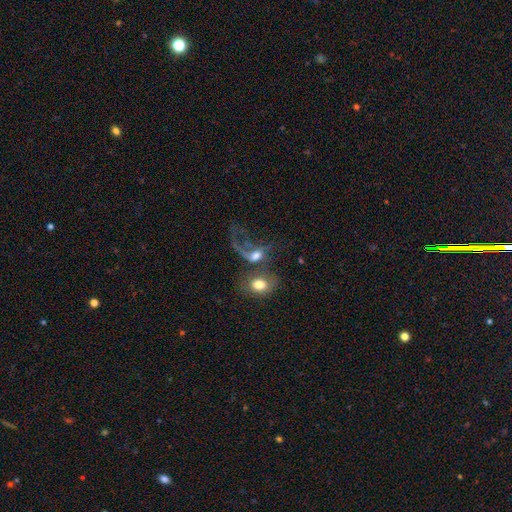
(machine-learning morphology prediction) Smooth or featured?
  - smooth: 45% *
  - featured or disk: 44%
  - star or artifact: 11%
Merging?
  - merger: 55% *
  - major disturbance: 26%
  - none: 12%
  - minor disturbance: 7%